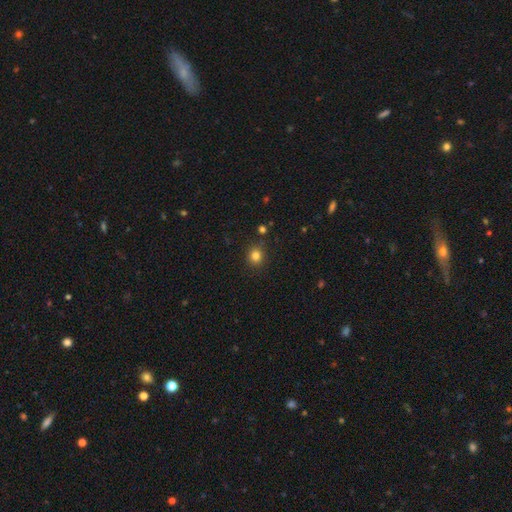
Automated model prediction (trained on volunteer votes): smooth-or-featured: smooth: 82% | star or artifact: 13% | featured or disk: 5%
  how-rounded: round: 83% | in between: 16% | cigar-shaped: 1%
  merging: none: 85% | minor disturbance: 9% | merger: 3% | major disturbance: 3%